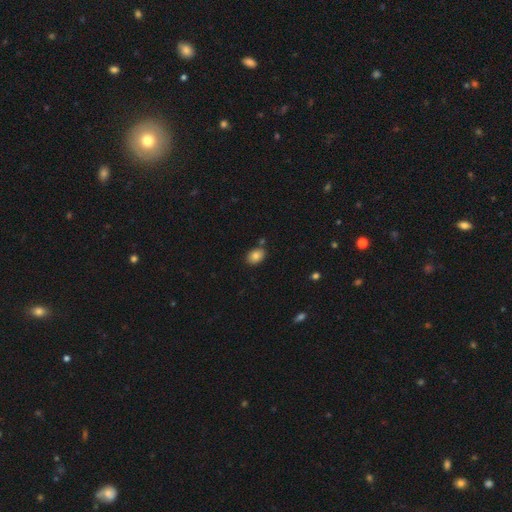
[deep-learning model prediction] This appears to be a smooth galaxy with no disk features (83%) that is in between round and cigar-shaped (78%). Merging: none (76%).